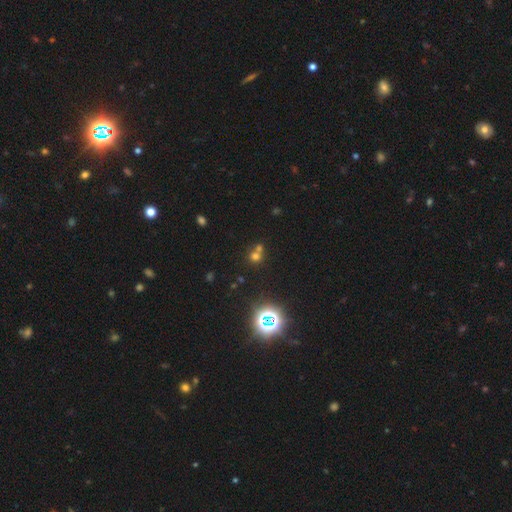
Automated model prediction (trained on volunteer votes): Smooth or featured? Predicted: smooth (p=0.54). How rounded? Predicted: round (p=0.85). Merging? Predicted: merger (p=0.46).